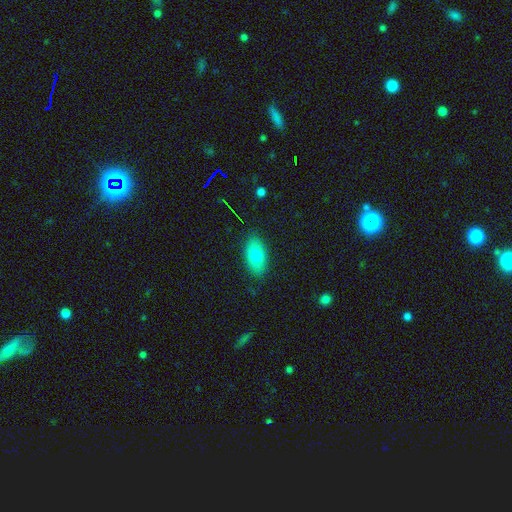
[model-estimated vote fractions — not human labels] Smooth or featured?
  - smooth: 77% *
  - featured or disk: 15%
  - star or artifact: 8%
How rounded?
  - in between: 89% *
  - round: 6%
  - cigar-shaped: 5%
Merging?
  - none: 86% *
  - minor disturbance: 11%
  - major disturbance: 3%
  - merger: 1%